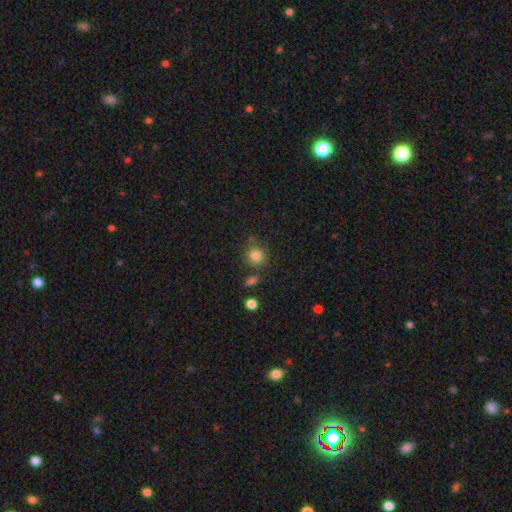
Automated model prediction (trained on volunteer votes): smooth_or_featured: smooth (p=0.83) [alt: star or artifact p=0.11]
how_rounded: round (p=0.88) [alt: in between p=0.11]
merging: none (p=0.74) [alt: minor disturbance p=0.11]